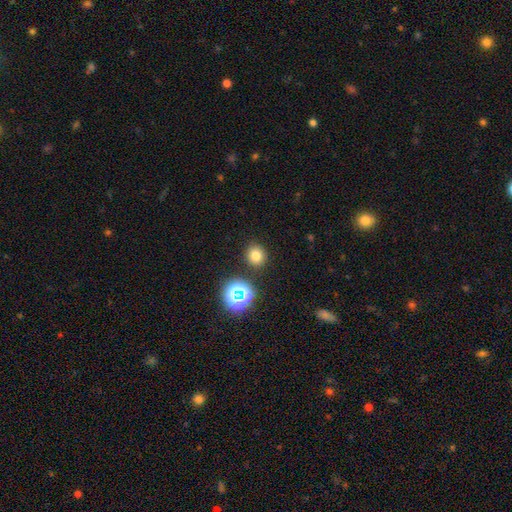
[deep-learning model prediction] smooth-or-featured: smooth: 75% | star or artifact: 19% | featured or disk: 7%
  how-rounded: round: 81% | in between: 18% | cigar-shaped: 1%
  merging: none: 86% | minor disturbance: 7% | merger: 4% | major disturbance: 3%